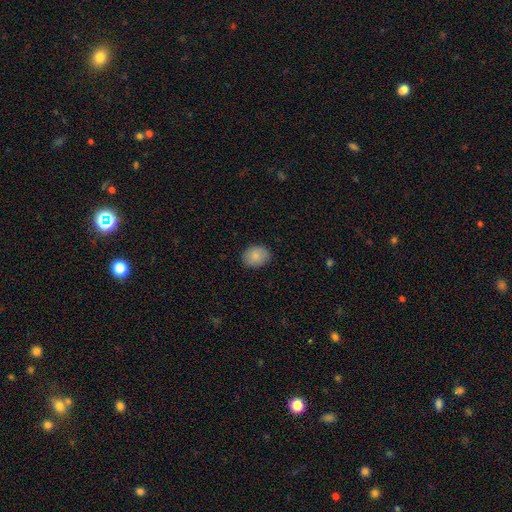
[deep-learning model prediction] Smooth or featured? Predicted: smooth (p=0.87). How rounded? Predicted: in between (p=0.62). Merging? Predicted: none (p=0.86).